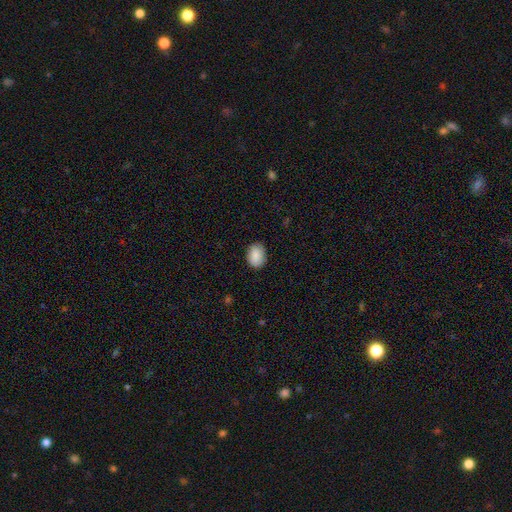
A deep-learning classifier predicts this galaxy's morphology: Overall: smooth (89%). How rounded: in between (73%). Merging: none (85%).